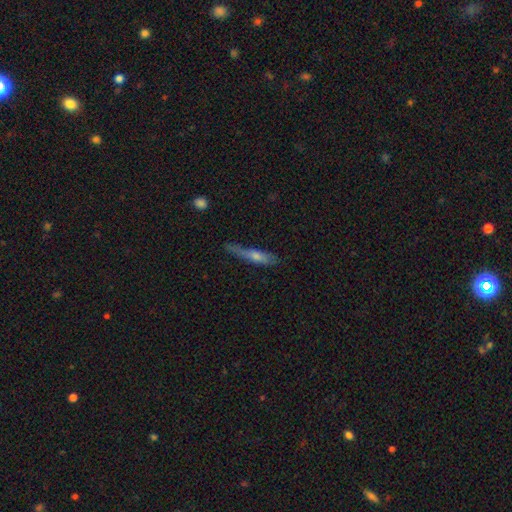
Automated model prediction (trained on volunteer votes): Overall: smooth (50%; featured or disk 42%). Merging: none (56%; minor disturbance 30%).